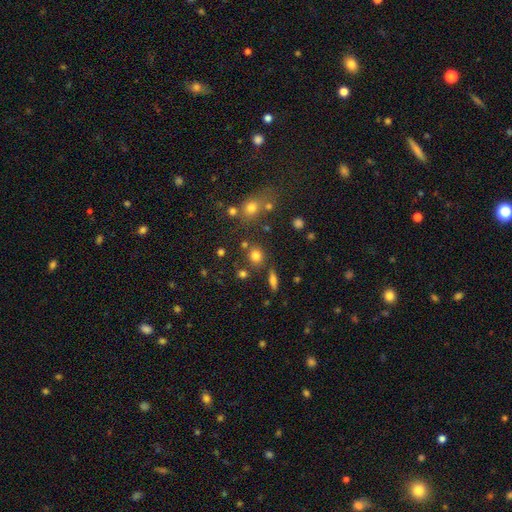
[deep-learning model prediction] Overall: smooth (76%). How rounded: round (80%). Merging: none (76%).